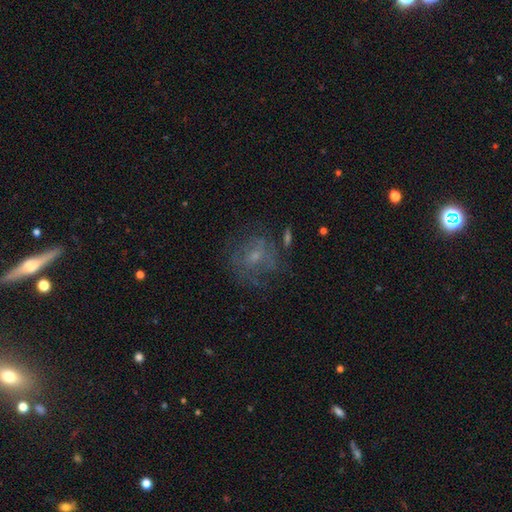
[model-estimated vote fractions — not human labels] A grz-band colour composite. It shows a featured or disk galaxy (48%). Merging: none (60%).